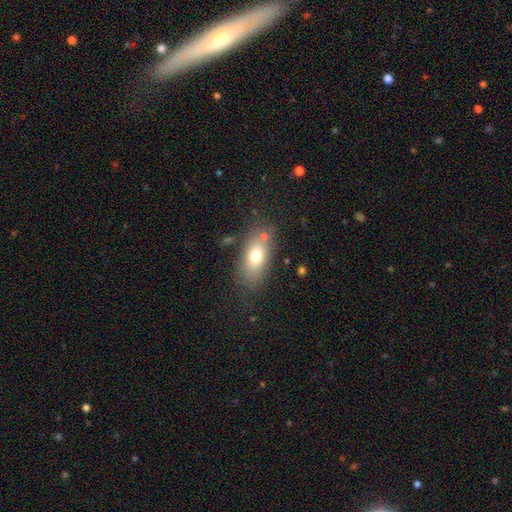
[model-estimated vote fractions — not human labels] Smooth or featured: smooth — 73% (featured or disk — 18%)
How rounded: in between — 85% (round — 8%)
Merging: none — 72% (minor disturbance — 15%)